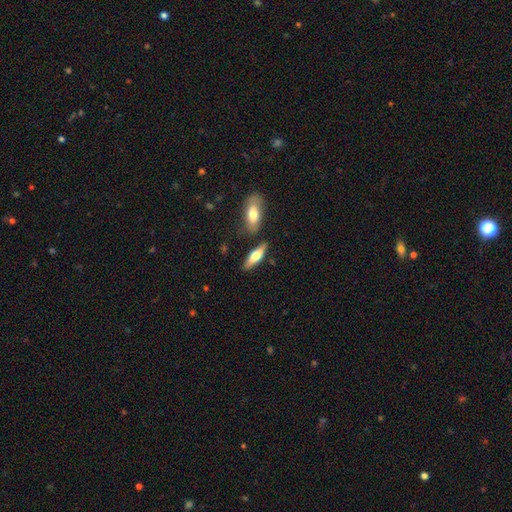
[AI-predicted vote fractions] The model was most divided on "how rounded": cigar-shaped: 52%, in between: 46%, round: 2%. More confident: merging — none (77%); smooth or featured — smooth (56%).